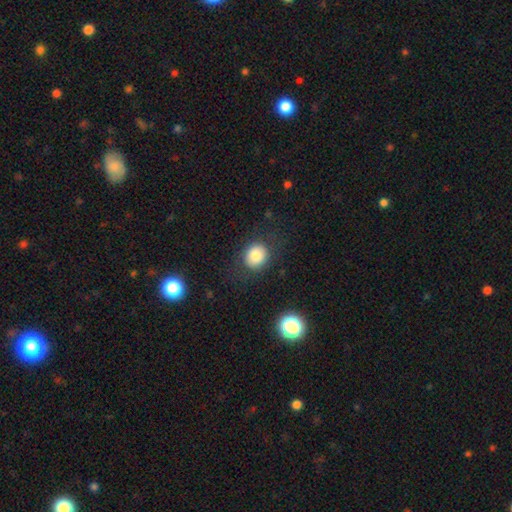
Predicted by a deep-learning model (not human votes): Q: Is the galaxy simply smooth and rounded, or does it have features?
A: smooth — 83%.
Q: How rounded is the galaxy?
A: round — 72%.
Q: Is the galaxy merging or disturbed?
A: none — 82%.